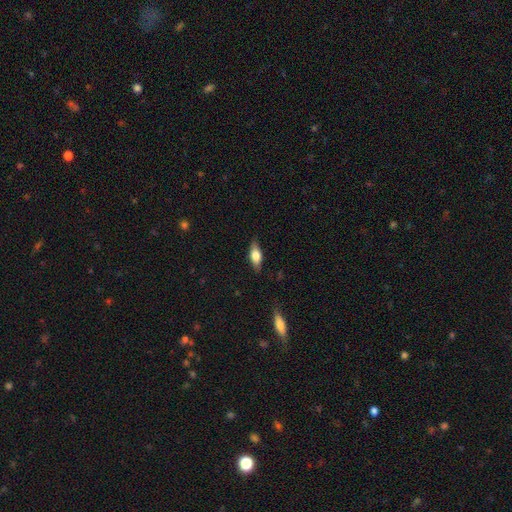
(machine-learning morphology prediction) type=smooth (66%); roundness=in between (76%); merging=none (83%).